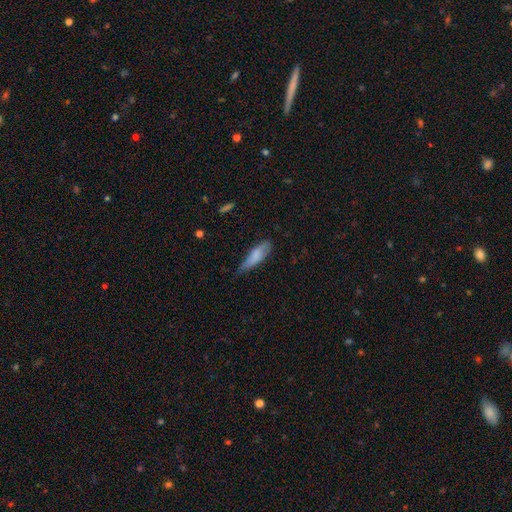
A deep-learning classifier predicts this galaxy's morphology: Overall: smooth (79%). How rounded: cigar-shaped (49%, tied with in between). Merging: none (44%; minor disturbance 43%).